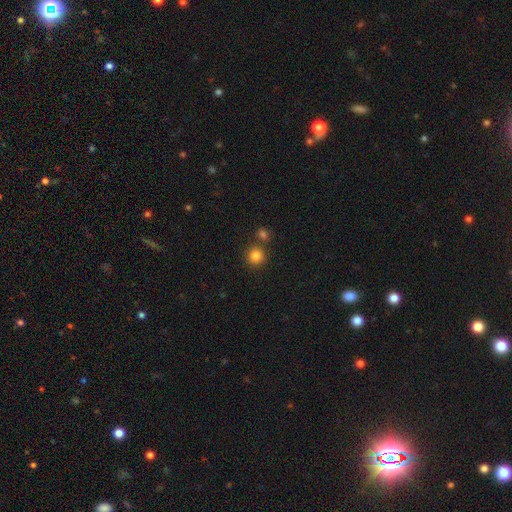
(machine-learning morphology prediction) Smooth or featured: smooth — 84% (star or artifact — 12%)
How rounded: round — 92% (in between — 7%)
Merging: none — 74% (merger — 15%)